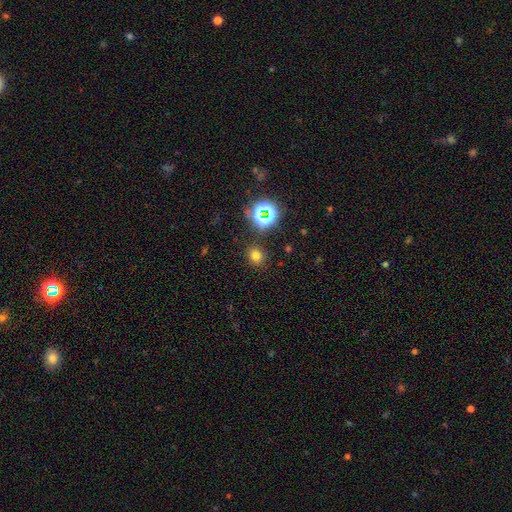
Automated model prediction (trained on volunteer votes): This appears to be a smooth galaxy with no disk features (70%) that is round (74%). Merging: none (86%).